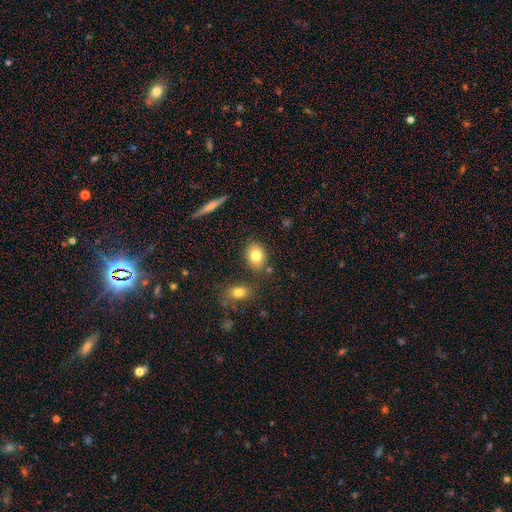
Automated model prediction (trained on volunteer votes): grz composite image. It shows a smooth galaxy with no disk features (80%) that is in between round and cigar-shaped (66%). Merging: none (79%).